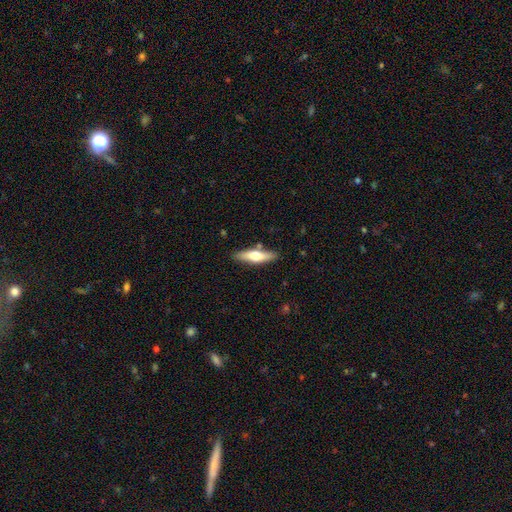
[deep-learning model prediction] A smooth galaxy with no disk features (52%) that is cigar-shaped (65%).

Vote fractions:
- Smooth or featured? smooth: 52% / featured or disk: 43% / star or artifact: 6%
- How rounded? cigar-shaped: 65% / in between: 33% / round: 2%
- Merging? none: 84% / minor disturbance: 10% / merger: 3% / major disturbance: 2%